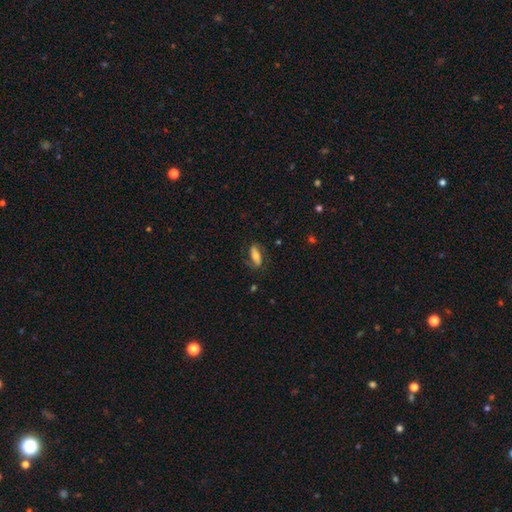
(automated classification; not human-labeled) Q: Smooth or featured?
A: featured or disk (48%); runner-up: smooth (45%)
Q: Merging?
A: none (70%); runner-up: minor disturbance (18%)